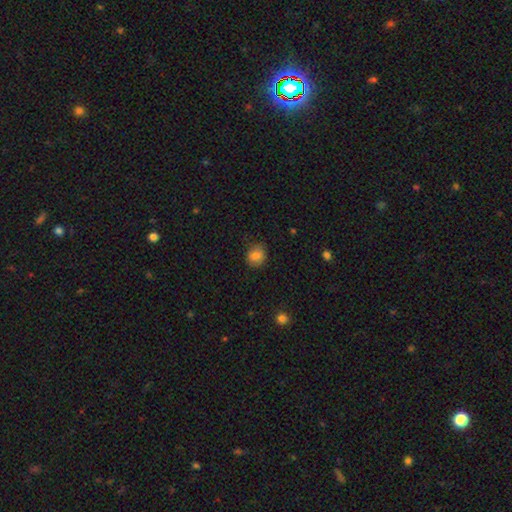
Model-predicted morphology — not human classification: smooth_or_featured: smooth (p=0.83) [alt: star or artifact p=0.10]
how_rounded: round (p=0.74) [alt: in between p=0.25]
merging: none (p=0.84) [alt: minor disturbance p=0.12]